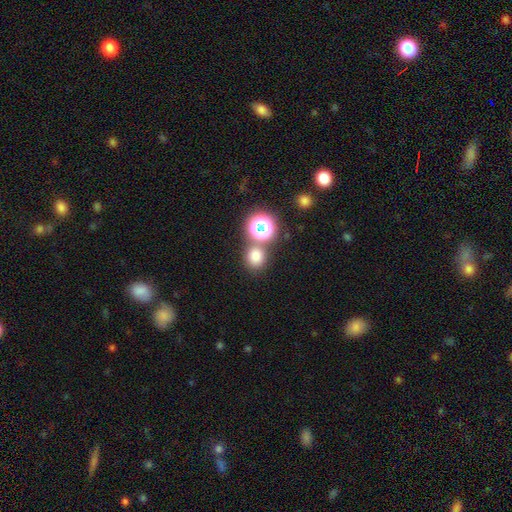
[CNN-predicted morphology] Smooth or featured: smooth — 73% (star or artifact — 21%)
How rounded: round — 85% (in between — 14%)
Merging: none — 72% (merger — 17%)